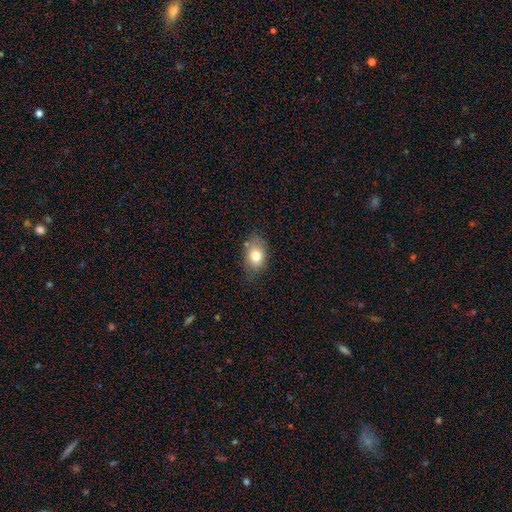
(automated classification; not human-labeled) A smooth galaxy with no disk features (77%) that is in between round and cigar-shaped (79%). Merging: none (73%).